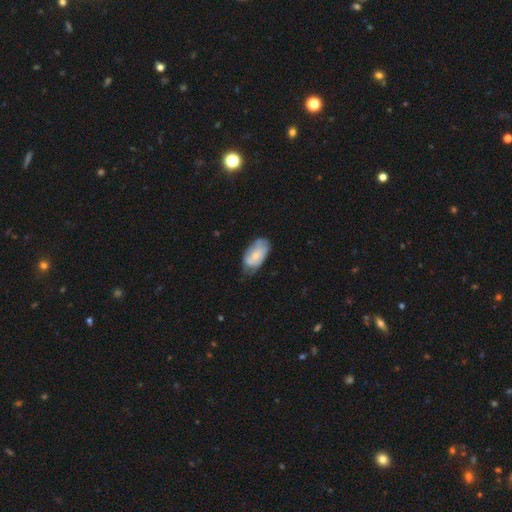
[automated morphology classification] This is possibly a smooth galaxy (59%). How rounded: clearly in between (94%). Merging: possibly none (48%).